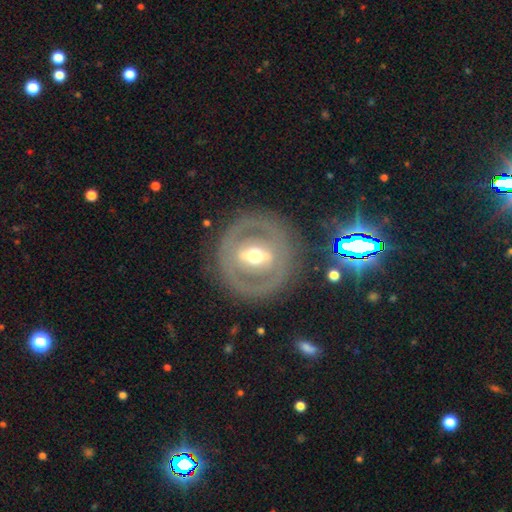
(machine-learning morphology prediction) The model was most divided on "bar": strong: 47%, weak: 32%, no: 21%. More confident: edge-on disk — no (93%); merging — none (79%); smooth or featured — featured or disk (70%); bulge size — moderate (70%); spiral arms — no (70%).